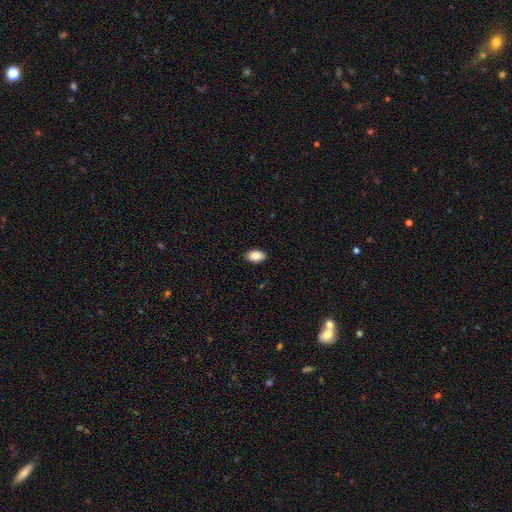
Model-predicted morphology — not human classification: Q: Smooth or featured?
A: smooth (89%); runner-up: star or artifact (7%)
Q: How rounded?
A: in between (93%); runner-up: round (6%)
Q: Merging?
A: none (88%); runner-up: minor disturbance (9%)